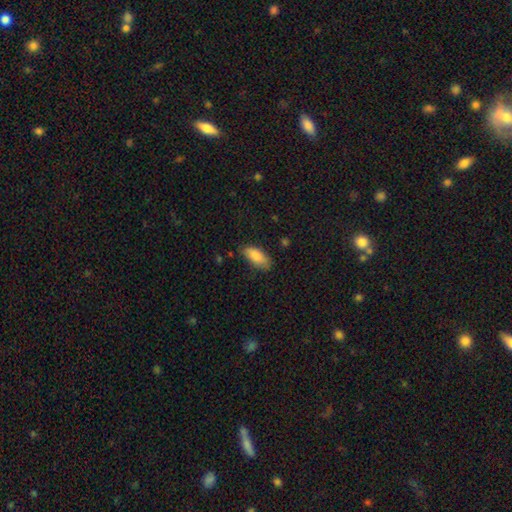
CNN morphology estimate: smooth-or-featured: smooth: 85% | featured or disk: 8% | star or artifact: 7%
  how-rounded: in between: 85% | cigar-shaped: 13% | round: 2%
  merging: none: 77% | minor disturbance: 18% | major disturbance: 4% | merger: 2%